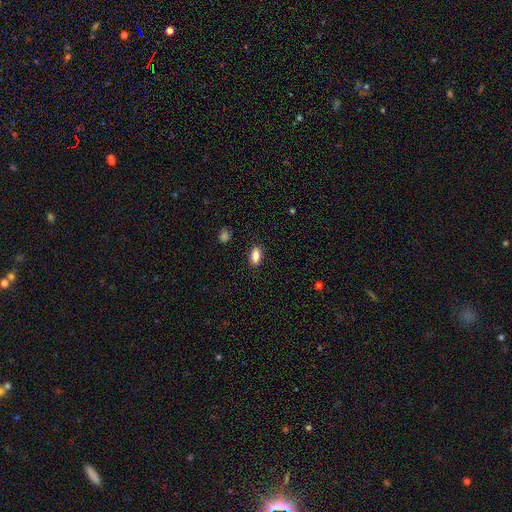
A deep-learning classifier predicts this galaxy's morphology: Smooth or featured?
  - smooth: 84% *
  - star or artifact: 8%
  - featured or disk: 8%
How rounded?
  - in between: 88% *
  - cigar-shaped: 7%
  - round: 5%
Merging?
  - none: 87% *
  - minor disturbance: 9%
  - major disturbance: 2%
  - merger: 1%